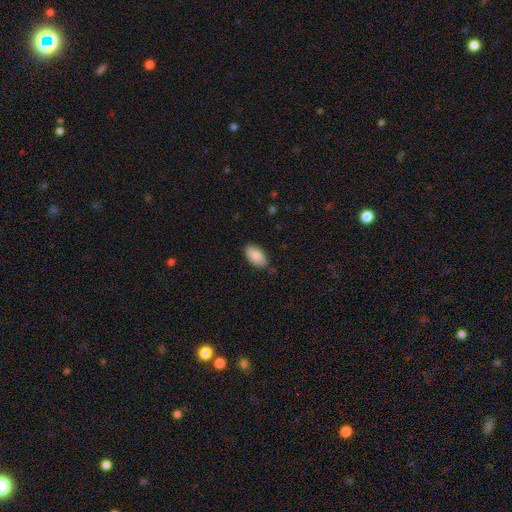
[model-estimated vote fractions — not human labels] A smooth galaxy with no disk features (88%) that is in between round and cigar-shaped (94%). Merging: none (79%).